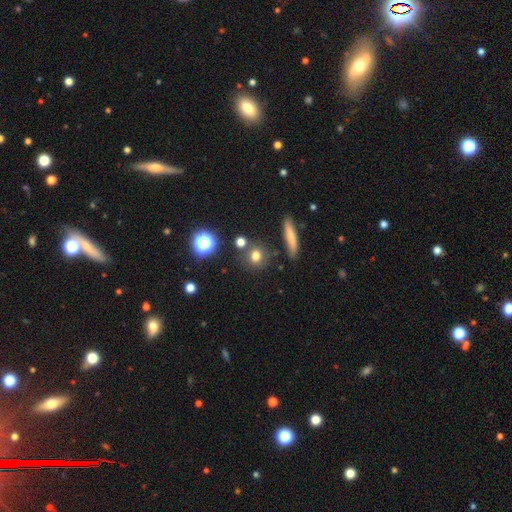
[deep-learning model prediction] Q: Smooth or featured?
A: smooth (72%); runner-up: star or artifact (17%)
Q: How rounded?
A: round (81%); runner-up: in between (15%)
Q: Merging?
A: none (79%); runner-up: minor disturbance (10%)